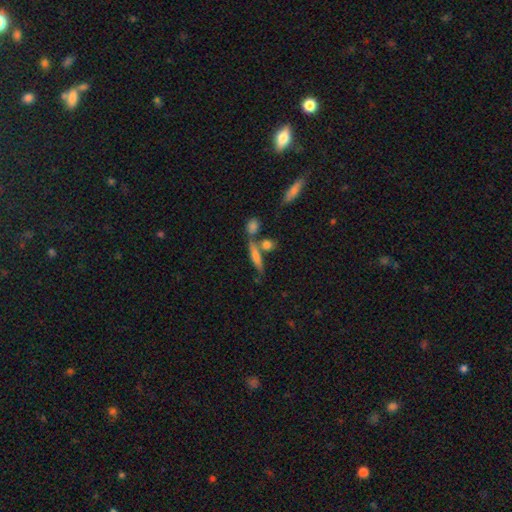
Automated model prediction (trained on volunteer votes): Smooth or featured? Predicted: smooth (p=0.54). How rounded? Predicted: cigar-shaped (p=0.76). Merging? Predicted: none (p=0.63).